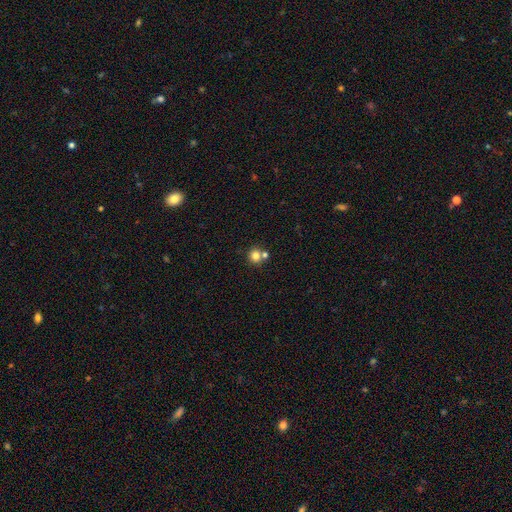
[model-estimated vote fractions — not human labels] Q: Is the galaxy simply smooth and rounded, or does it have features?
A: smooth — 80%.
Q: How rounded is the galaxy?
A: round — 90%.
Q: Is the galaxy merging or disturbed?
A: none — 61%.